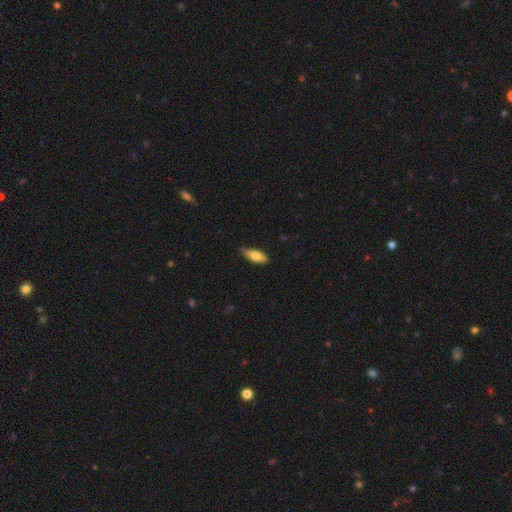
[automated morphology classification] This appears to be a smooth galaxy with no disk features (77%) that is in between round and cigar-shaped (73%). Merging: none (71%).